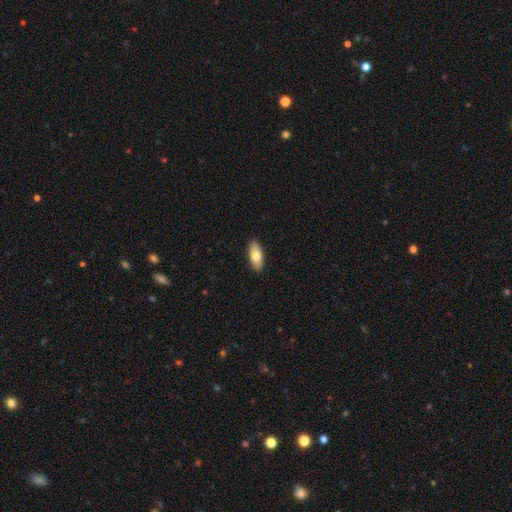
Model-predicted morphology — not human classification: Smooth or featured: smooth — 74% (featured or disk — 20%)
How rounded: in between — 84% (cigar-shaped — 13%)
Merging: none — 90% (minor disturbance — 7%)